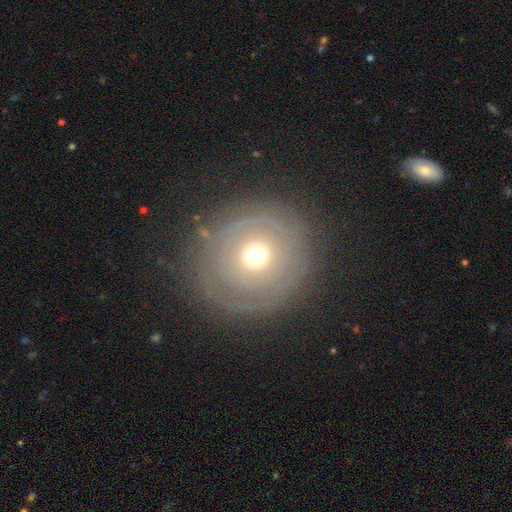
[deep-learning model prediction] Smooth or featured?
  - featured or disk: 50% *
  - smooth: 40%
  - star or artifact: 10%
Edge-on disk?
  - no: 95% *
  - yes: 5%
Merging?
  - none: 77% *
  - minor disturbance: 13%
  - major disturbance: 8%
  - merger: 2%